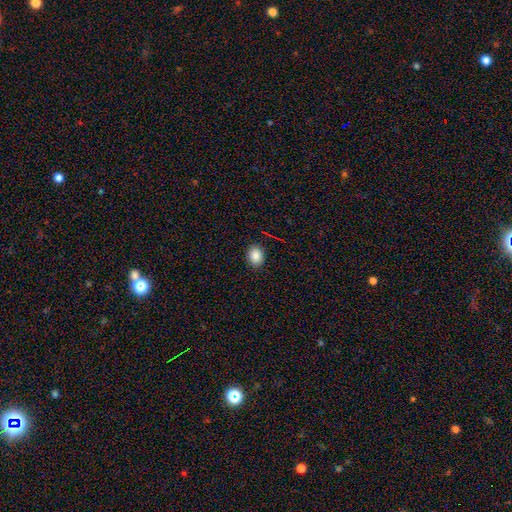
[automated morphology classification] Overall: smooth (86%). How rounded: in between (59%; round 40%). Merging: none (89%).